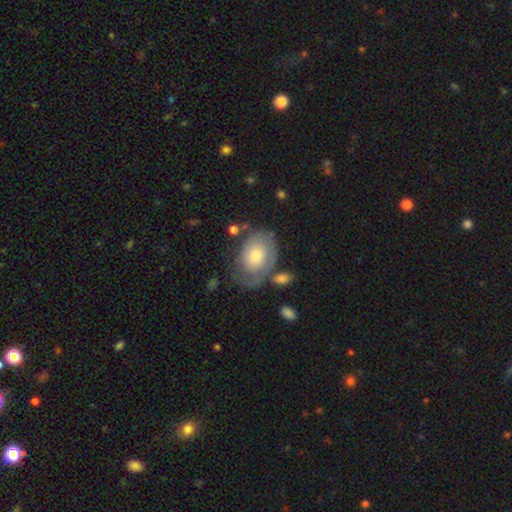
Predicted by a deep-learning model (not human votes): Smooth or featured? Predicted: smooth (p=0.59). How rounded? Predicted: in between (p=0.75). Merging? Predicted: none (p=0.52).